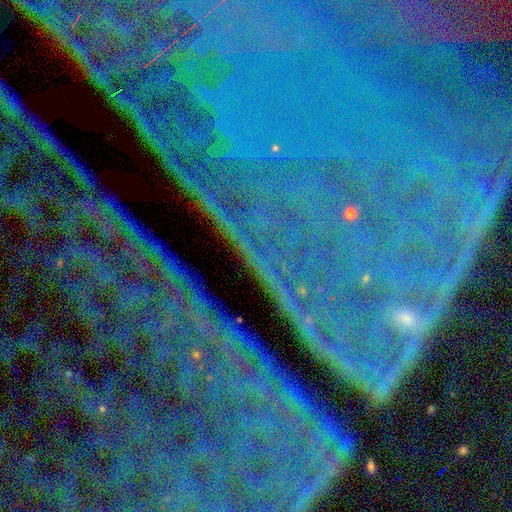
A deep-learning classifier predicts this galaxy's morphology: Smooth or featured?
  - star or artifact: 84% *
  - featured or disk: 9%
  - smooth: 7%